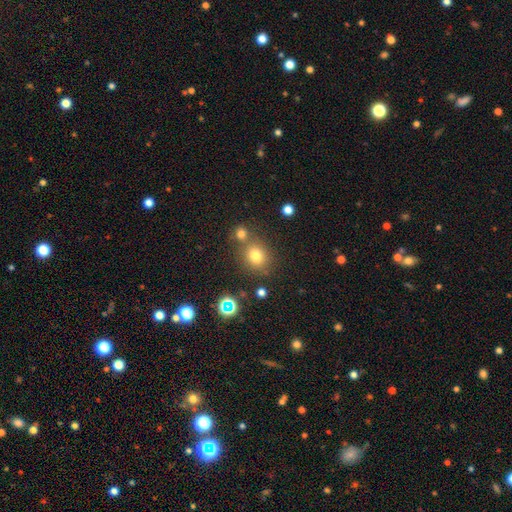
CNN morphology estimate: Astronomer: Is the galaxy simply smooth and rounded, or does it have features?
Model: smooth — 75%.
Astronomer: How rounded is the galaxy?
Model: round — 77%.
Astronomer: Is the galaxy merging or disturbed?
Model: none — 67%.